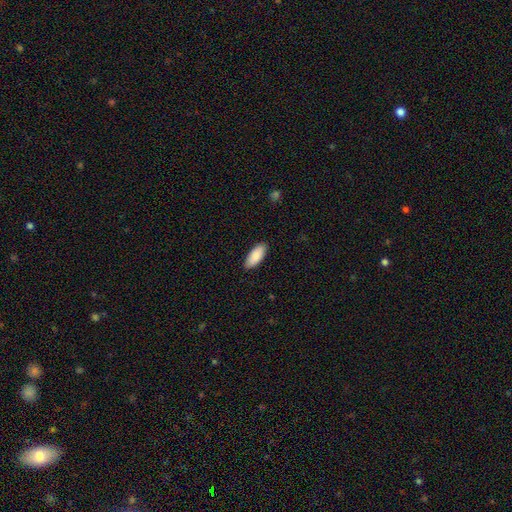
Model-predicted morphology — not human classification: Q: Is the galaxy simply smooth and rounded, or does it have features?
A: smooth — 89%.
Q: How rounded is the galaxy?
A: in between — 84%.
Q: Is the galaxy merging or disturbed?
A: none — 88%.